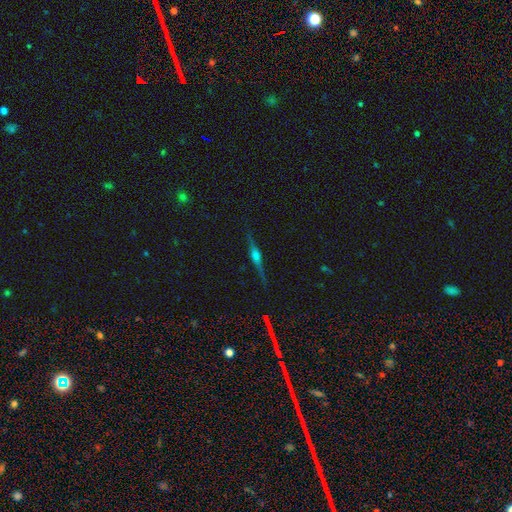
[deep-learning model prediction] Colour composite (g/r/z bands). It shows a featured or disk galaxy (80%) viewed edge-on (98%) with a rounded central bulge (85%). Merging: none (88%).